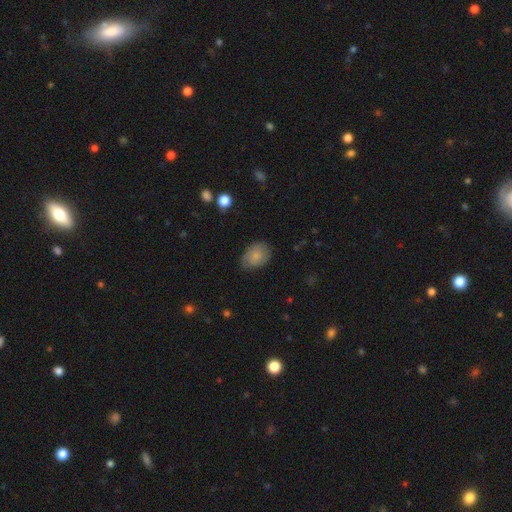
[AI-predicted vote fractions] Smooth or featured? smooth (80%)
How rounded? in between (72%)
Merging? none (69%)